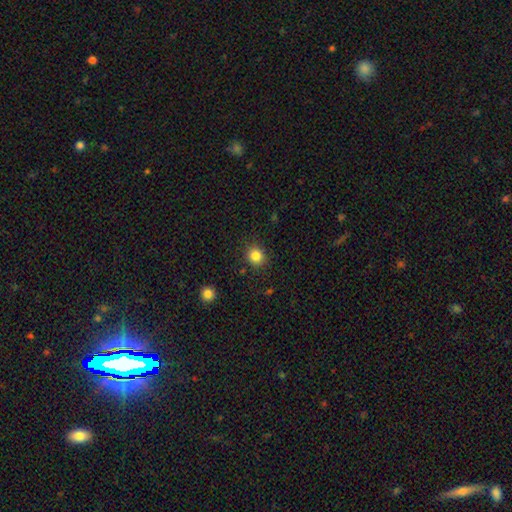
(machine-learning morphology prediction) type=smooth (84%); roundness=round (85%); merging=none (87%).